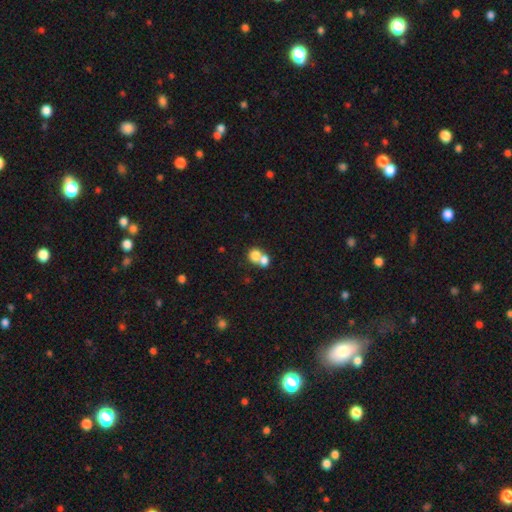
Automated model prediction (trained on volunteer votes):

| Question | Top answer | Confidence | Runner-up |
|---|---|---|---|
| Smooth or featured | smooth | 76% | featured or disk (14%) |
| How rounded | round | 73% | in between (26%) |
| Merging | merger | 62% | none (30%) |